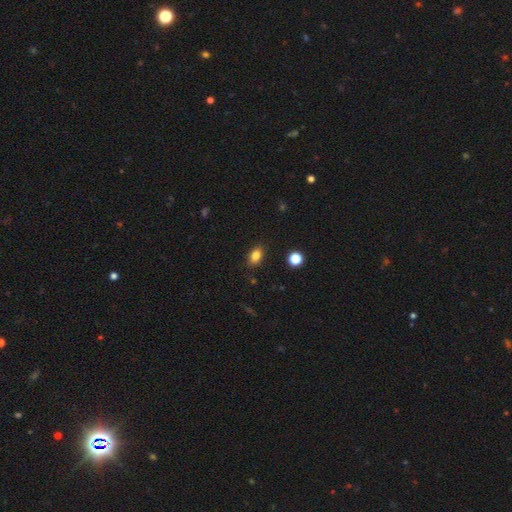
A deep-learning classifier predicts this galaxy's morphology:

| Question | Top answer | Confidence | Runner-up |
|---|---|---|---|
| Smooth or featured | smooth | 83% | star or artifact (11%) |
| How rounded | in between | 78% | round (20%) |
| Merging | none | 86% | minor disturbance (11%) |